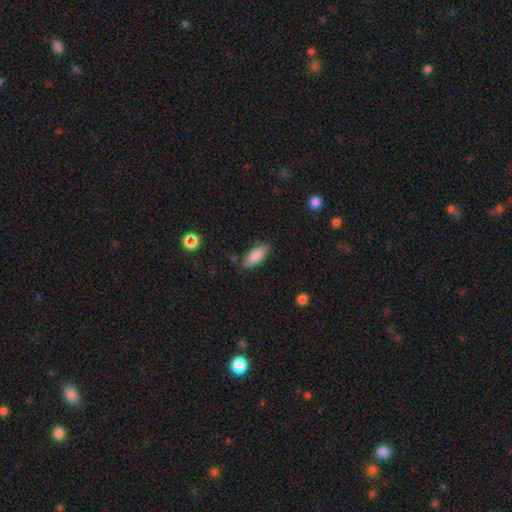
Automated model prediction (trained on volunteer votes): Overall: smooth (84%). How rounded: in between (69%; cigar-shaped 29%). Merging: none (83%).